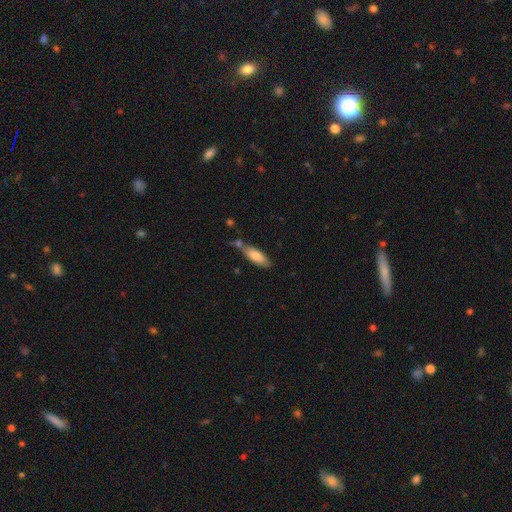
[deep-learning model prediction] A smooth galaxy with no disk features (82%) that is in between round and cigar-shaped (62%). Merging: none (53%).